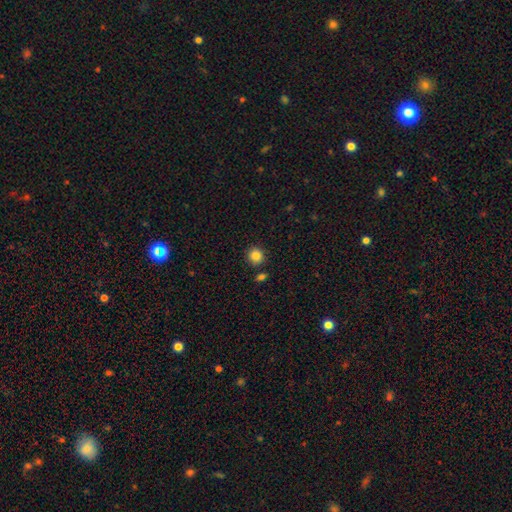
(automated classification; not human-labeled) Smooth or featured? smooth (85%)
How rounded? round (92%)
Merging? none (87%)